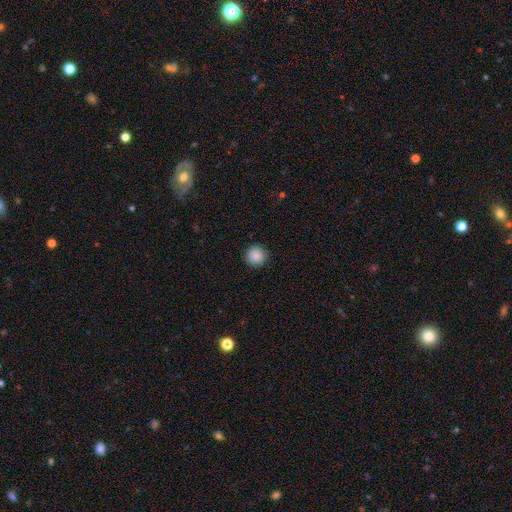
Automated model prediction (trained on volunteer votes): Smooth or featured? smooth (88%)
How rounded? round (94%)
Merging? none (89%)